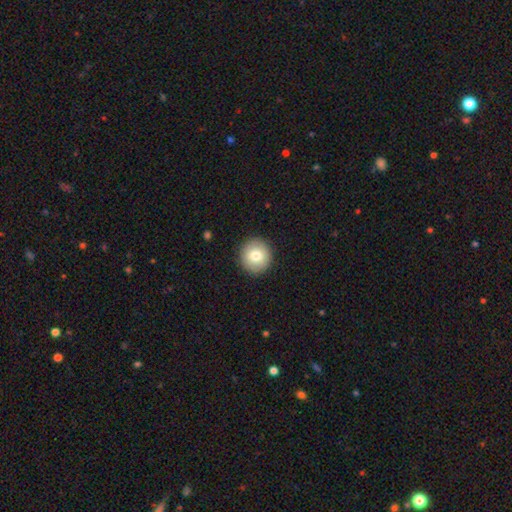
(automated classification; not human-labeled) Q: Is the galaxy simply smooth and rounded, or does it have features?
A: smooth — 79%.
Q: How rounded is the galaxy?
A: round — 94%.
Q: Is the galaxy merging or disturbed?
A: none — 92%.